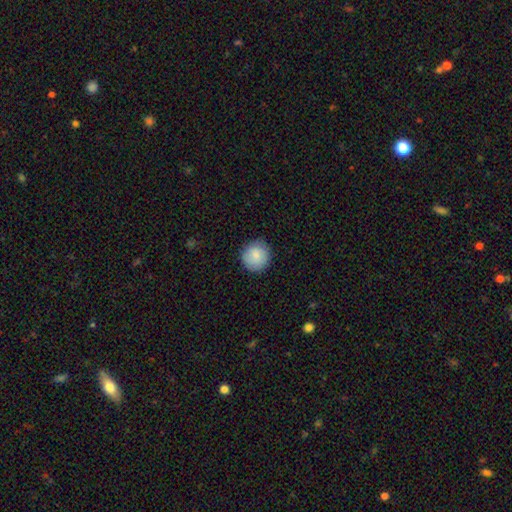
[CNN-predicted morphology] Smooth or featured?
  - smooth: 86% *
  - featured or disk: 7%
  - star or artifact: 7%
How rounded?
  - round: 92% *
  - in between: 7%
  - cigar-shaped: 1%
Merging?
  - none: 86% *
  - minor disturbance: 11%
  - major disturbance: 2%
  - merger: 1%